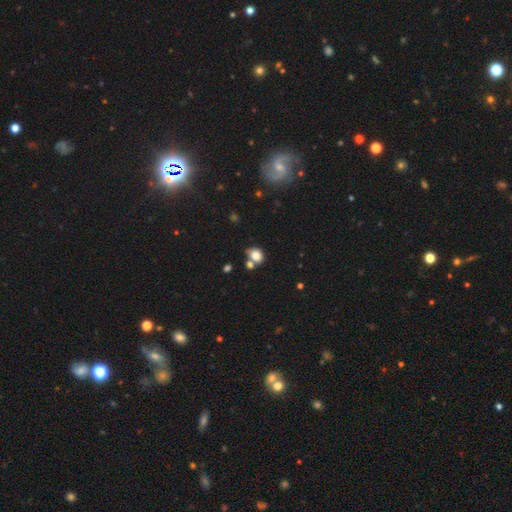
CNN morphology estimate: Smooth or featured?
  - smooth: 79% *
  - star or artifact: 11%
  - featured or disk: 9%
How rounded?
  - round: 50% *
  - in between: 49%
  - cigar-shaped: 1%
Merging?
  - none: 49% *
  - merger: 30%
  - minor disturbance: 16%
  - major disturbance: 6%